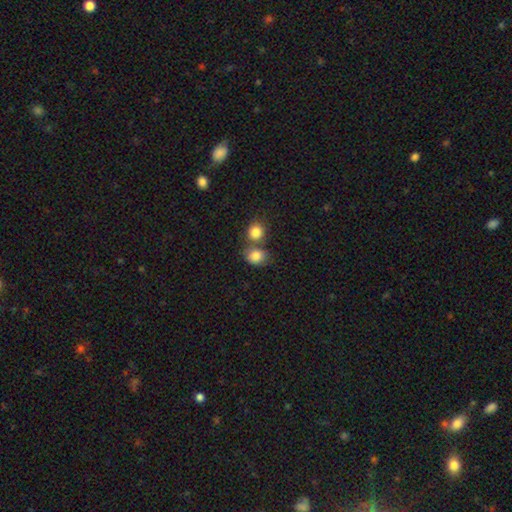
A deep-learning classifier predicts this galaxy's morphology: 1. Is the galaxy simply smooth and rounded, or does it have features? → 82% smooth, 9% star or artifact, 9% featured or disk.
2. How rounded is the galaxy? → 64% round, 35% in between, 1% cigar-shaped.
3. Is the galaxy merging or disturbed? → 48% none, 36% merger, 11% minor disturbance, 4% major disturbance.